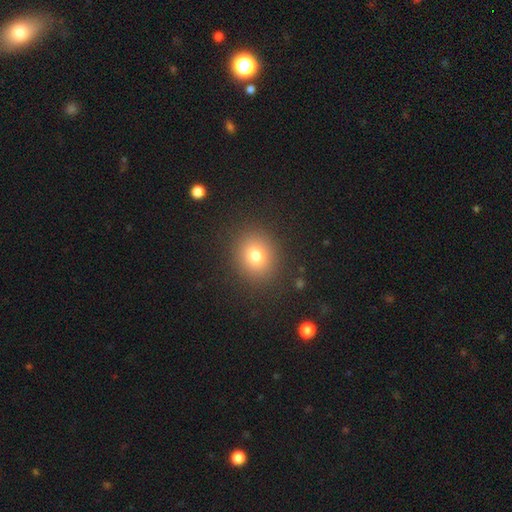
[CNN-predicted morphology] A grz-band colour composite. It shows a smooth galaxy with no disk features (76%) that is round (73%). Merging: none (88%).